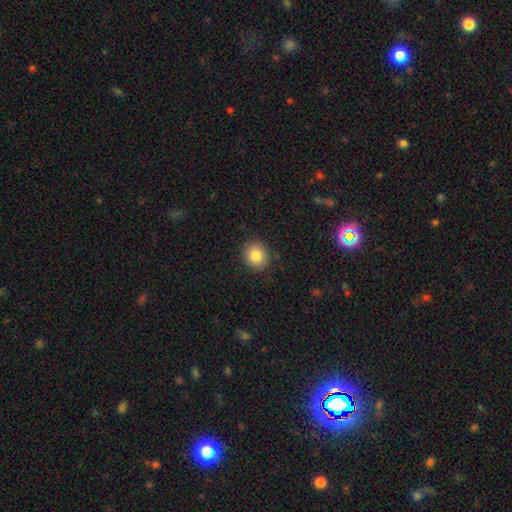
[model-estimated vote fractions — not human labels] smooth_or_featured: smooth (p=0.83) [alt: star or artifact p=0.10]
how_rounded: round (p=0.84) [alt: in between p=0.15]
merging: none (p=0.88) [alt: minor disturbance p=0.08]